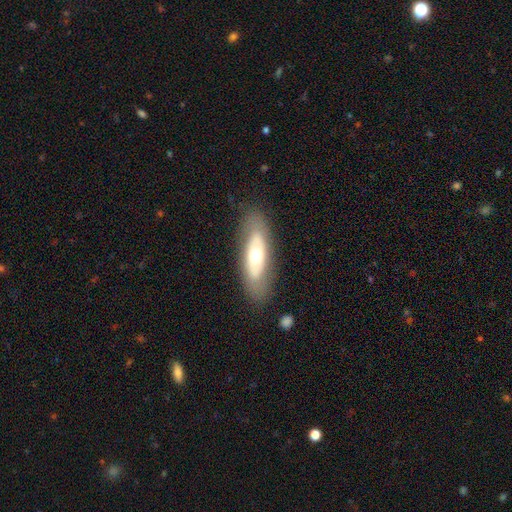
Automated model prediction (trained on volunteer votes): featured or disk 50%, smooth 45%, star or artifact 6%. Down the decision tree: merging — none (81%).